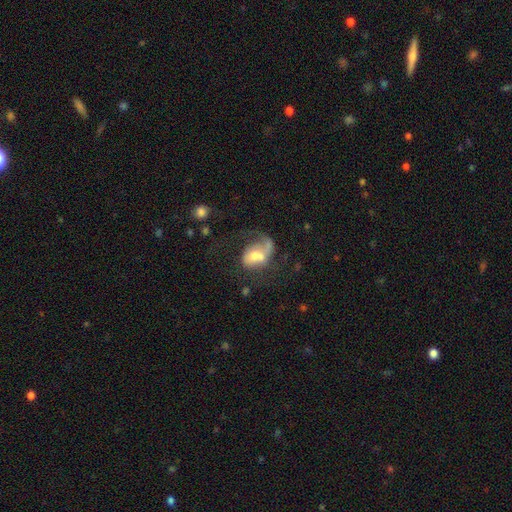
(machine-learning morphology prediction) A featured or disk galaxy (57%) with no bar (64%), spiral arms (68%) and a moderate central bulge (54%). Merging: major disturbance (33%).